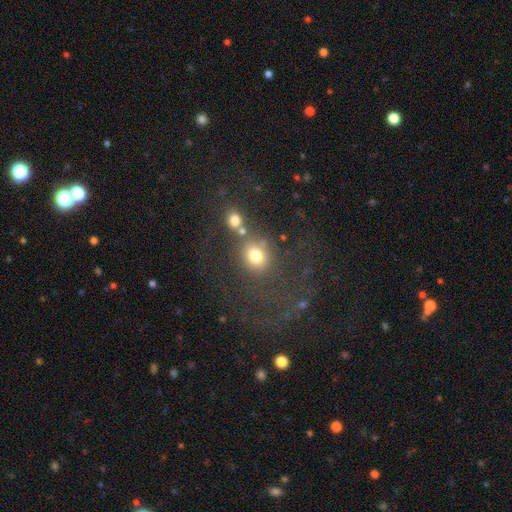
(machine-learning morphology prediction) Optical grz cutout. It shows a smooth galaxy with no disk features (72%) that is round (68%). Merging: none (52%).